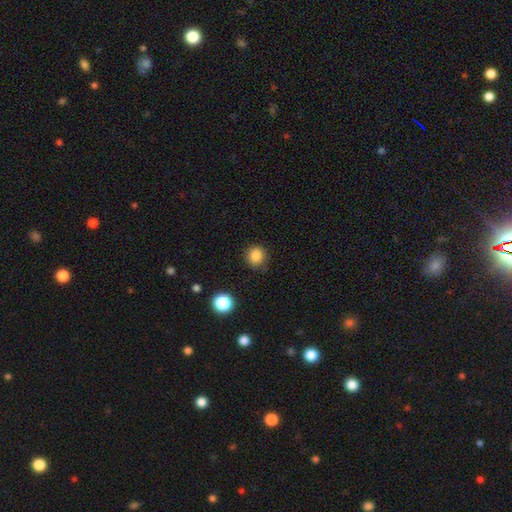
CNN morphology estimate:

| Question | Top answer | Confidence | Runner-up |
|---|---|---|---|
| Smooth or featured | smooth | 85% | star or artifact (11%) |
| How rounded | round | 89% | in between (10%) |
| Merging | none | 86% | minor disturbance (9%) |